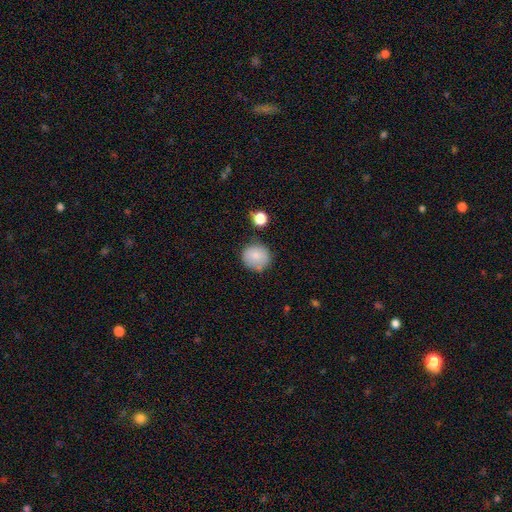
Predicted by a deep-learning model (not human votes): The model was most divided on "merging": none: 75%, minor disturbance: 17%, merger: 4%, major disturbance: 4%. More confident: how rounded — round (91%); smooth or featured — smooth (81%).